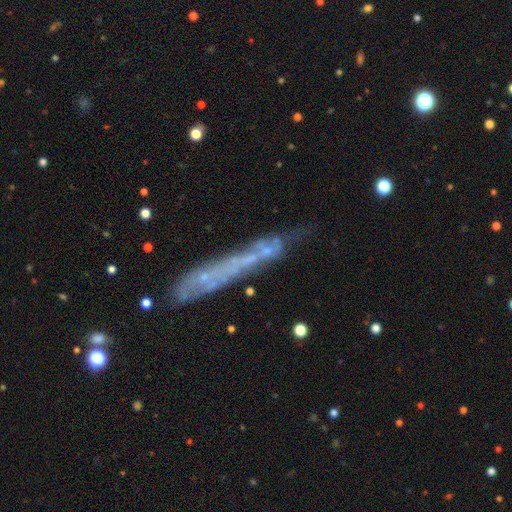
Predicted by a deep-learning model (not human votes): The model was most divided on "smooth or featured": featured or disk: 51%, smooth: 36%, star or artifact: 13%. More confident: edge-on disk — yes (69%); merging — none (59%).